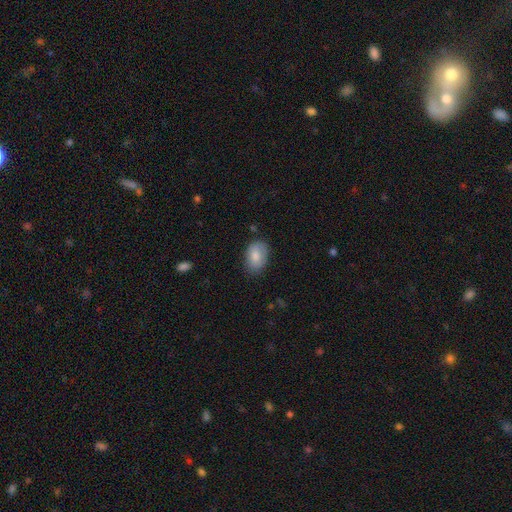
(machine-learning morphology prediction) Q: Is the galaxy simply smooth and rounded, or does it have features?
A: smooth — 82%.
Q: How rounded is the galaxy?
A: in between — 88%.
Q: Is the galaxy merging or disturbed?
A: none — 75%.